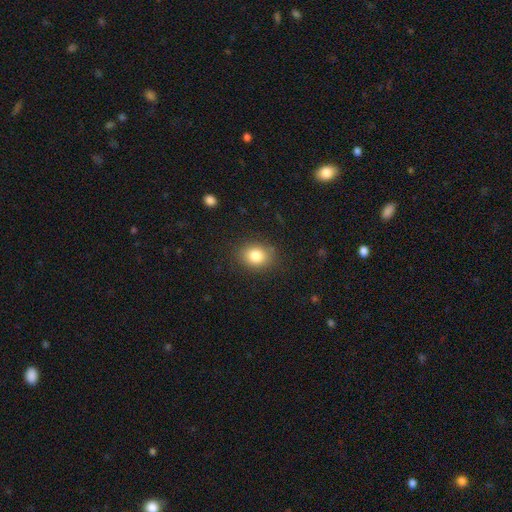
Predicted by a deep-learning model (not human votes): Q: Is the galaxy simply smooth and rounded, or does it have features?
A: smooth — 82%.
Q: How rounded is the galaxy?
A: in between — 50%.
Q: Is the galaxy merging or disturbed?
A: none — 85%.